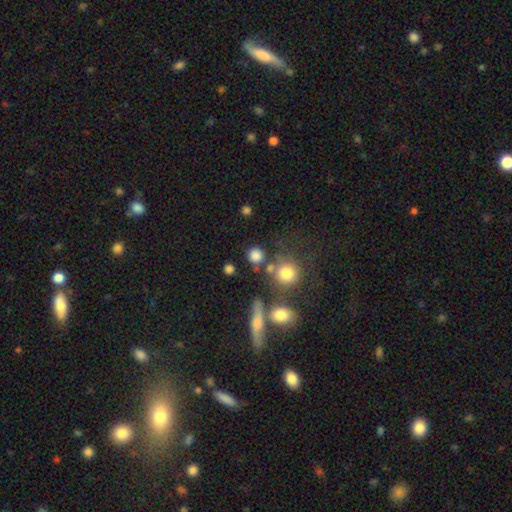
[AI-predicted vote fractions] Smooth or featured? Predicted: smooth (p=0.80). How rounded? Predicted: round (p=0.87). Merging? Predicted: none (p=0.70).